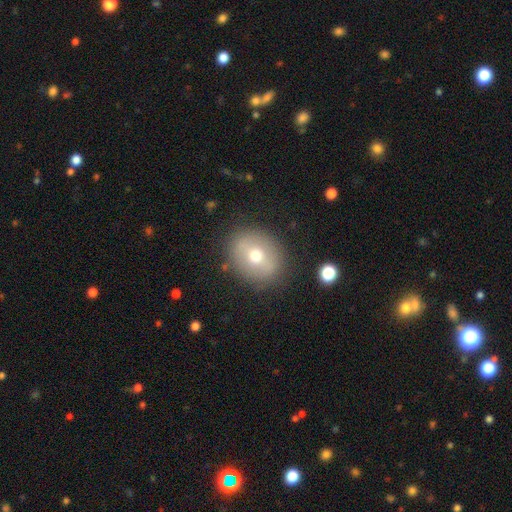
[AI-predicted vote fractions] This appears to be a smooth galaxy with no disk features (59%) that is round (65%). Merging: none (84%).